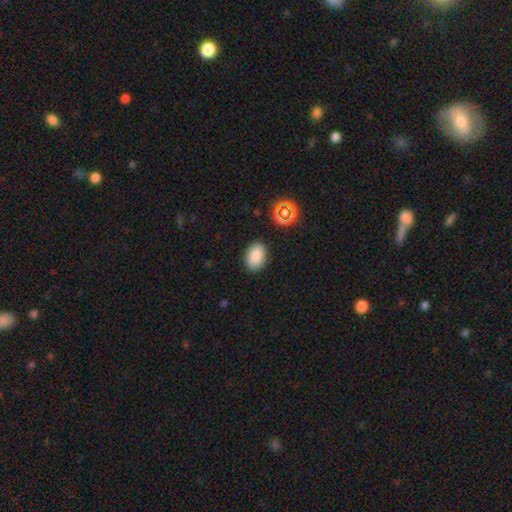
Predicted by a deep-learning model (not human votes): Morphology: type=smooth (85%); roundness=in between (83%); merging=none (86%).